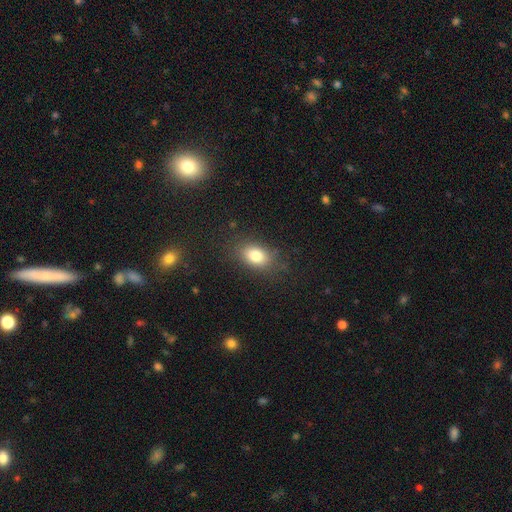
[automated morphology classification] A smooth galaxy with no disk features (81%) that is in between round and cigar-shaped (82%).

Vote fractions:
- Smooth or featured? smooth: 81% / star or artifact: 10% / featured or disk: 9%
- How rounded? in between: 82% / round: 16% / cigar-shaped: 2%
- Merging? none: 79% / minor disturbance: 14% / major disturbance: 6% / merger: 1%